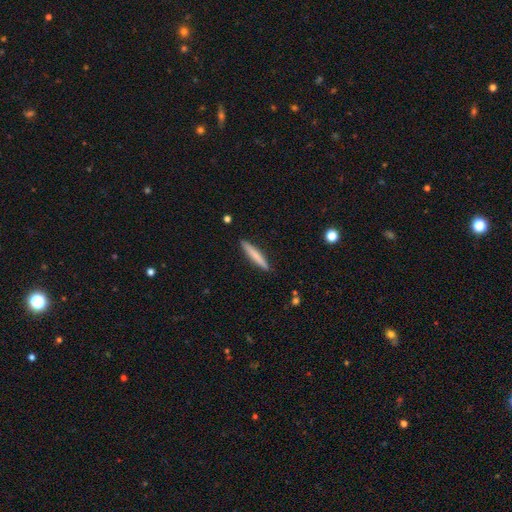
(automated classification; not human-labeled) Smooth or featured? smooth (73%)
How rounded? cigar-shaped (94%)
Merging? none (91%)